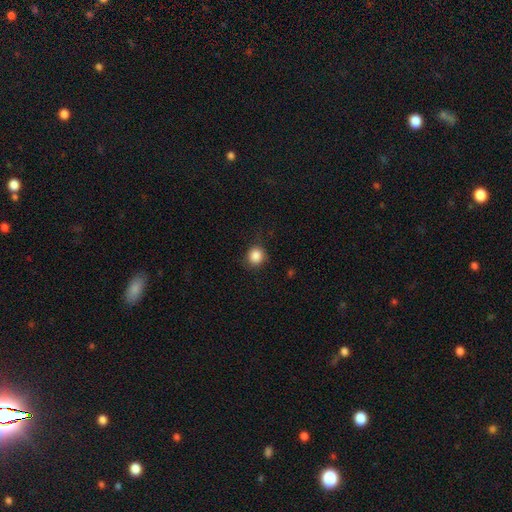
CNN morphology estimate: This appears to be a smooth galaxy with no disk features (87%) that is round (88%). Merging: none (83%).